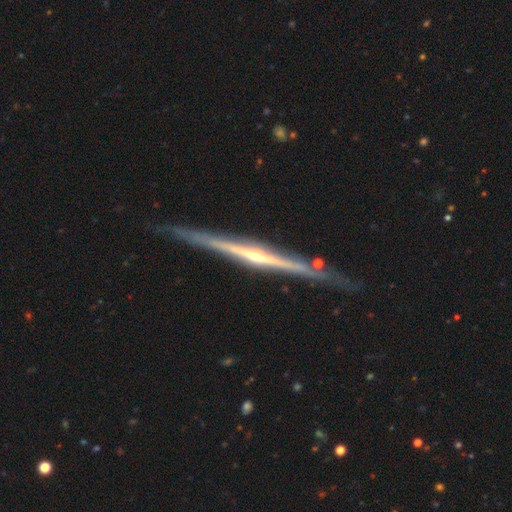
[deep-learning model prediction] Smooth or featured? featured or disk (85%)
Edge-on disk? yes (98%)
Edge-on bulge? rounded (60%)
Merging? none (82%)